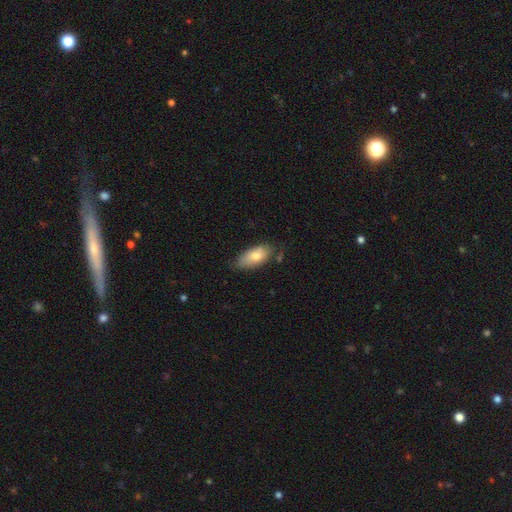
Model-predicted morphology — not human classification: A smooth galaxy with no disk features (75%) that is in between round and cigar-shaped (89%).

Vote fractions:
- Smooth or featured? smooth: 75% / featured or disk: 18% / star or artifact: 6%
- How rounded? in between: 89% / cigar-shaped: 8% / round: 3%
- Merging? none: 67% / minor disturbance: 25% / major disturbance: 4% / merger: 3%